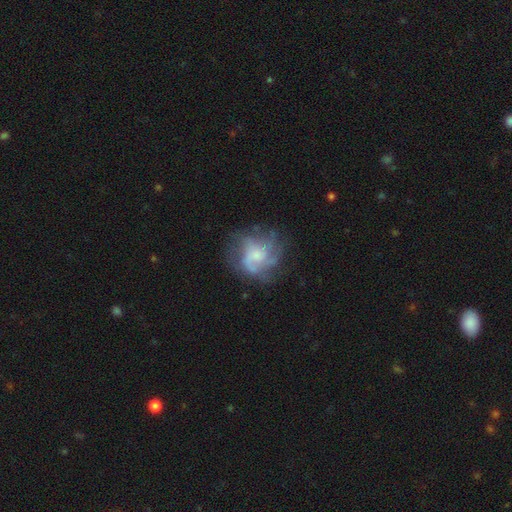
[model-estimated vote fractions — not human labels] smooth_or_featured: featured or disk (p=0.65) [alt: smooth p=0.25]
disk_edge_on: no (p=0.98) [alt: yes p=0.02]
bar: no (p=0.73) [alt: weak p=0.24]
has_spiral_arms: yes (p=0.80) [alt: no p=0.20]
spiral_winding: medium (p=0.43) [alt: tight p=0.30]
spiral_arm_count: can't tell (p=0.35) [alt: 4 p=0.22]
bulge_size: small (p=0.45) [alt: moderate p=0.33]
merging: none (p=0.59) [alt: minor disturbance p=0.19]